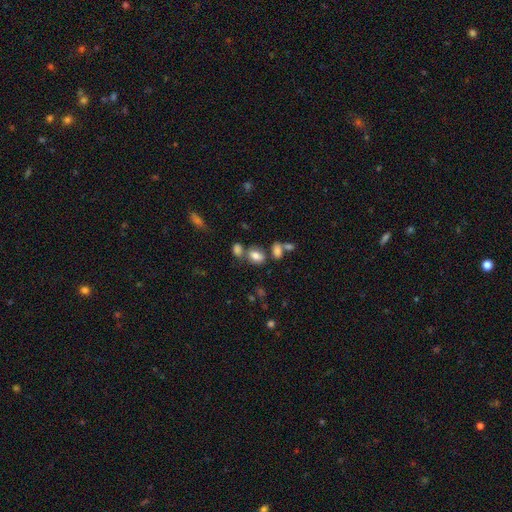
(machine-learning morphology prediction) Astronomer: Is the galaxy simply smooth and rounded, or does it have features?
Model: smooth — 80%.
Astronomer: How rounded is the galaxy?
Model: in between — 82%.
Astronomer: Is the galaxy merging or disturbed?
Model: none — 57%.